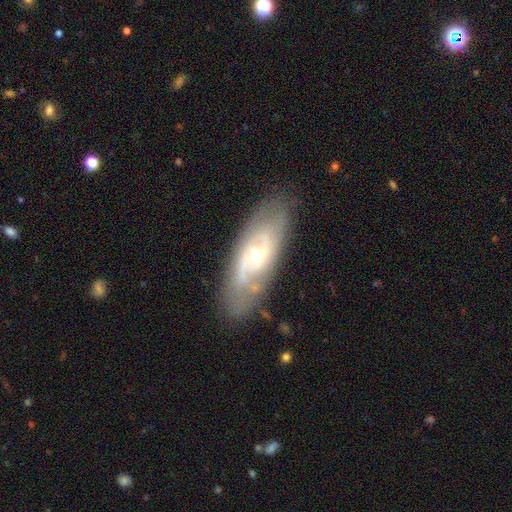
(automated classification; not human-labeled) A featured or disk galaxy (77%) with no bar (54%), 2 (59%) medium (42%) spiral arms (86%) and a small central bulge (60%). Merging: none (80%).